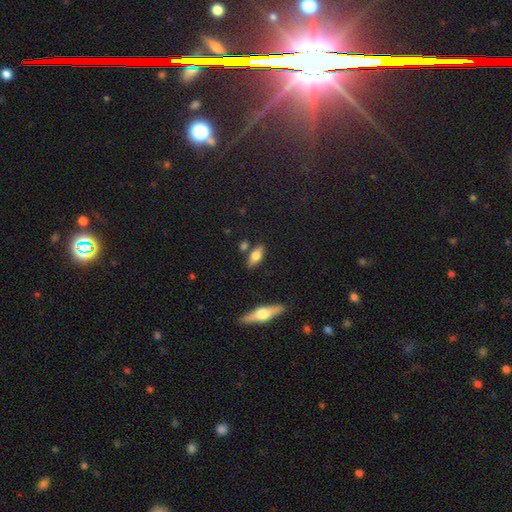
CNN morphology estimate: Q: Smooth or featured?
A: smooth (68%); runner-up: featured or disk (25%)
Q: How rounded?
A: in between (75%); runner-up: cigar-shaped (20%)
Q: Merging?
A: none (78%); runner-up: minor disturbance (11%)